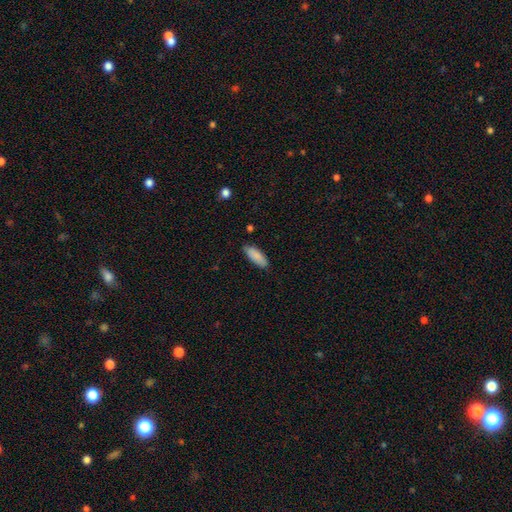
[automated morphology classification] smooth-or-featured: smooth: 88% | featured or disk: 6% | star or artifact: 6%
  how-rounded: in between: 68% | cigar-shaped: 30% | round: 2%
  merging: none: 81% | minor disturbance: 15% | major disturbance: 2% | merger: 1%